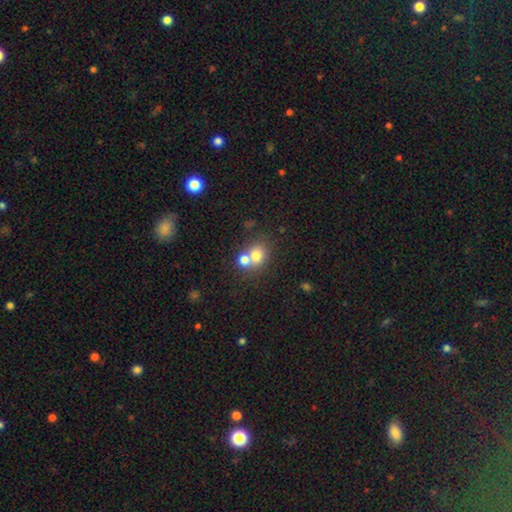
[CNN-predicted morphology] Smooth or featured: smooth — 74% (featured or disk — 14%)
How rounded: round — 72% (in between — 27%)
Merging: merger — 49% (none — 40%)